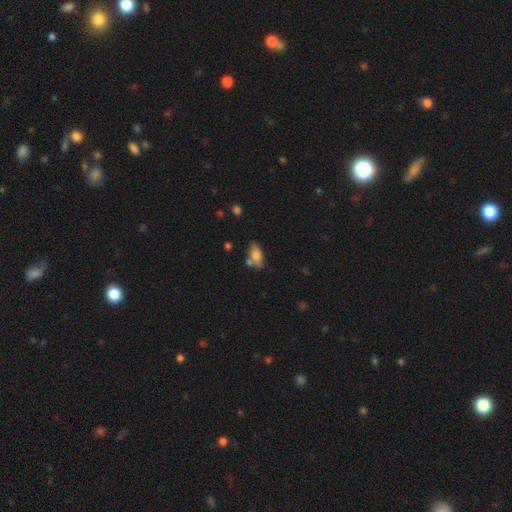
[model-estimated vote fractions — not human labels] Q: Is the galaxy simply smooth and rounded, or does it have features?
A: smooth — 74%.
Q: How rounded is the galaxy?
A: in between — 87%.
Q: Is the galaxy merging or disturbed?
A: none — 55%.